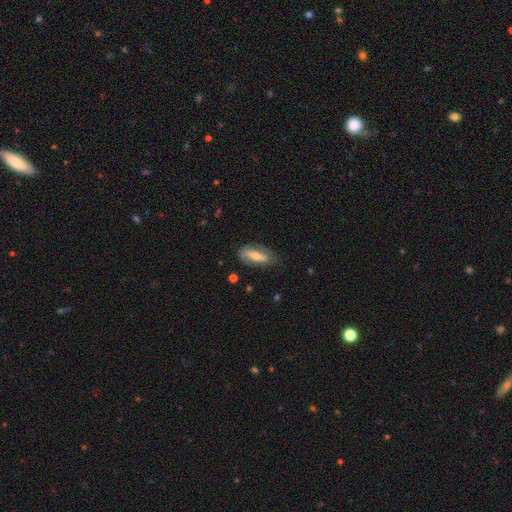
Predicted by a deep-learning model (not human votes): featured or disk 55%, smooth 38%, star or artifact 7%. Down the decision tree: edge-on disk — no (80%); merging — none (73%).